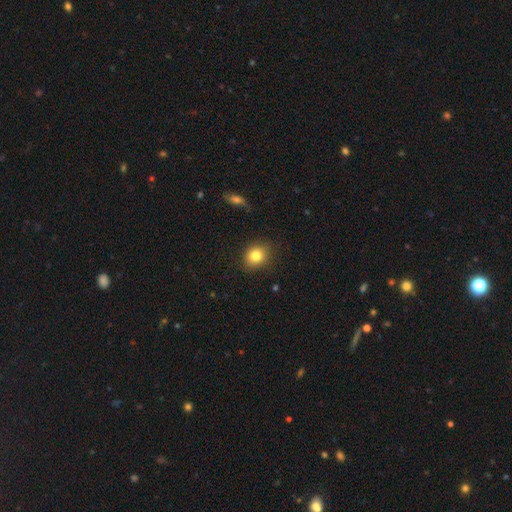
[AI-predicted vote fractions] Smooth or featured?
  - smooth: 81% *
  - star or artifact: 11%
  - featured or disk: 8%
How rounded?
  - round: 70% *
  - in between: 29%
  - cigar-shaped: 1%
Merging?
  - none: 85% *
  - minor disturbance: 11%
  - major disturbance: 3%
  - merger: 1%